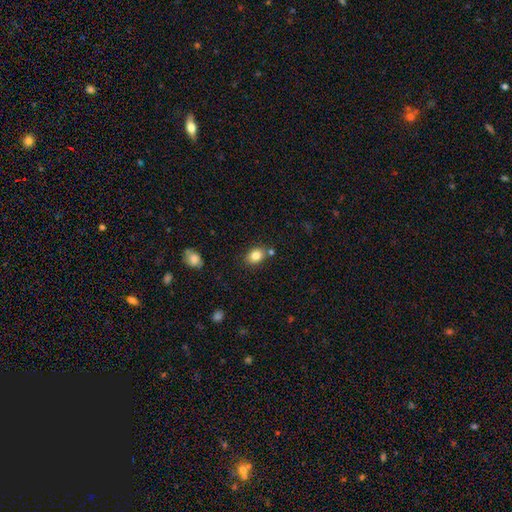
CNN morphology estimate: Smooth or featured? Predicted: smooth (p=0.84). How rounded? Predicted: in between (p=0.63). Merging? Predicted: none (p=0.76).